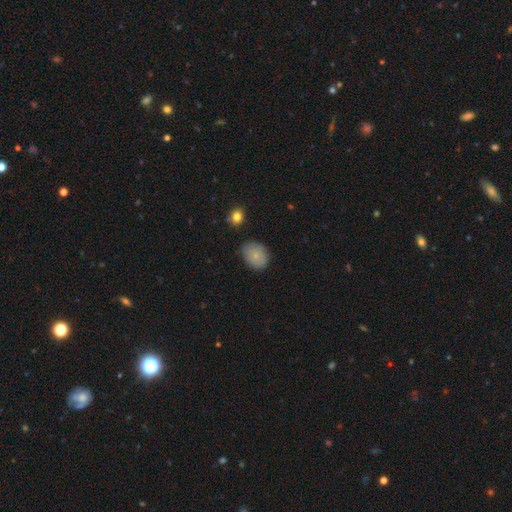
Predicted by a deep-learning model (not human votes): Q: Smooth or featured?
A: smooth (78%); runner-up: featured or disk (13%)
Q: How rounded?
A: in between (58%); runner-up: round (41%)
Q: Merging?
A: none (75%); runner-up: minor disturbance (19%)